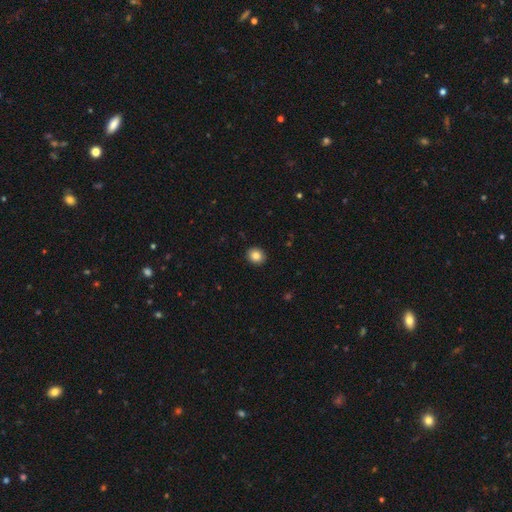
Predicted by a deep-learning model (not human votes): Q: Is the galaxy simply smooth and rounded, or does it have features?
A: smooth — 85%.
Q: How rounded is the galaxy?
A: round — 72%.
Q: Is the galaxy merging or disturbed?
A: none — 92%.